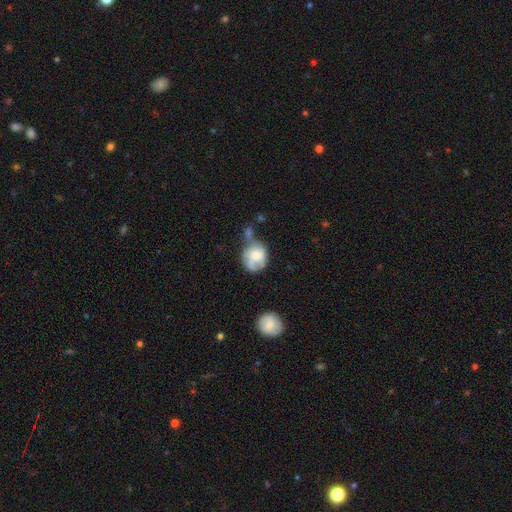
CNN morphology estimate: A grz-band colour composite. It shows a smooth galaxy with no disk features (58%) that is round (62%). Merging: none (31%).